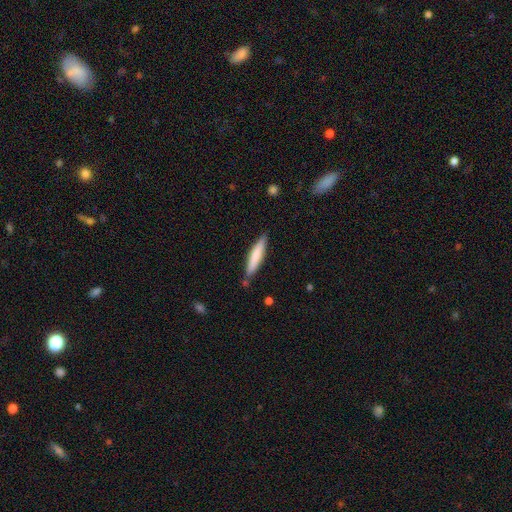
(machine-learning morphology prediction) Overall: smooth (72%). How rounded: cigar-shaped (88%). Merging: none (83%).